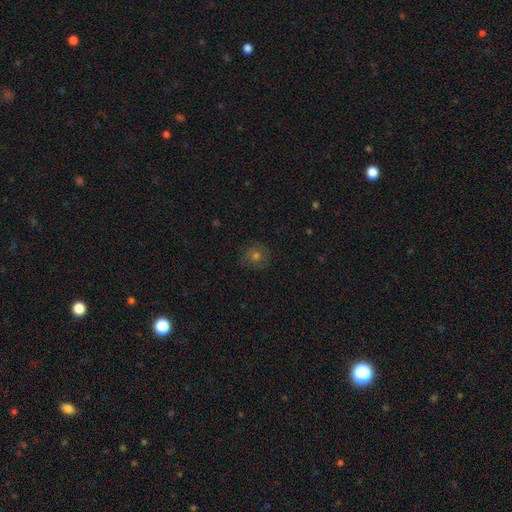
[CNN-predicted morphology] smooth 59%, star or artifact 23%, featured or disk 19%. Down the decision tree: how rounded — round (92%); merging — none (84%).